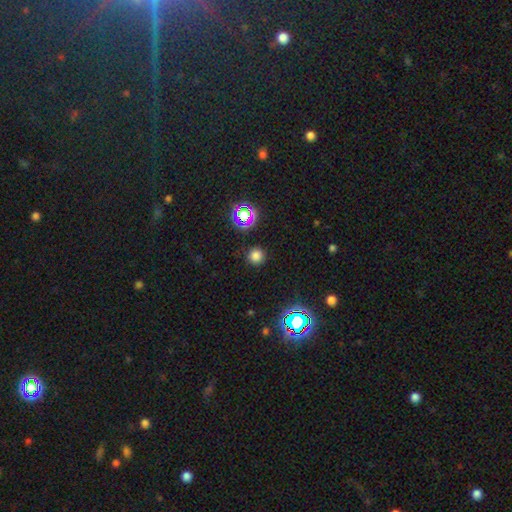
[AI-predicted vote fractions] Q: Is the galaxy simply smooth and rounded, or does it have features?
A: smooth — 75%.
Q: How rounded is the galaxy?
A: round — 95%.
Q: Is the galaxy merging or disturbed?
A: none — 89%.